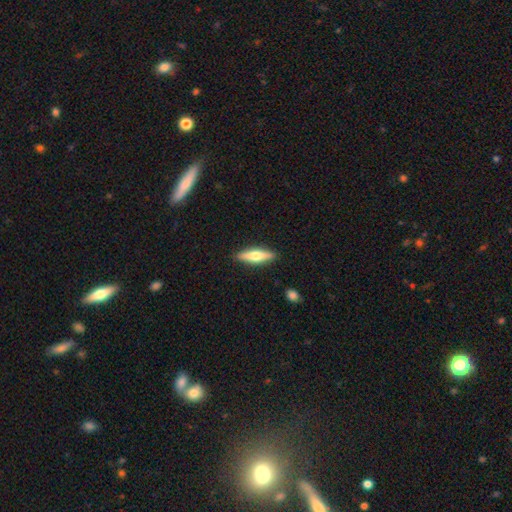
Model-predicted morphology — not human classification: smooth_or_featured: smooth (p=0.50) [alt: featured or disk p=0.45]
merging: none (p=0.90) [alt: minor disturbance p=0.07]